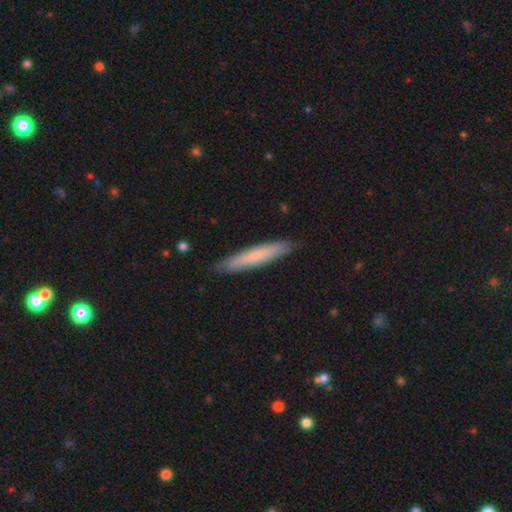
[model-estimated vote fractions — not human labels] A smooth galaxy with no disk features (70%) that is cigar-shaped (93%).

Vote fractions:
- Smooth or featured? smooth: 70% / featured or disk: 25% / star or artifact: 6%
- How rounded? cigar-shaped: 93% / in between: 6% / round: 1%
- Merging? none: 89% / minor disturbance: 9% / major disturbance: 1% / merger: 1%